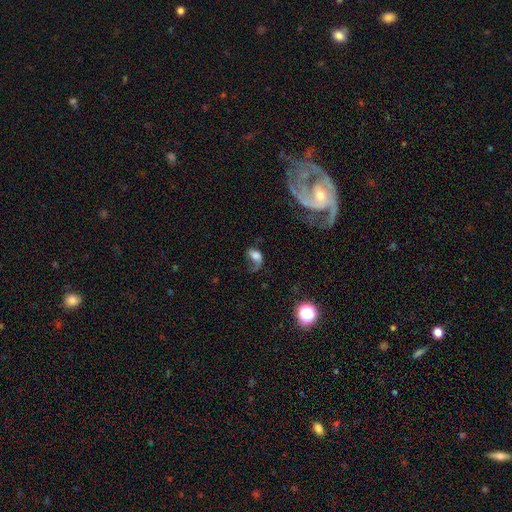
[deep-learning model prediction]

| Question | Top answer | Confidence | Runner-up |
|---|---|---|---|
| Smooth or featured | smooth | 48% | featured or disk (40%) |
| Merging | major disturbance | 44% | none (29%) |